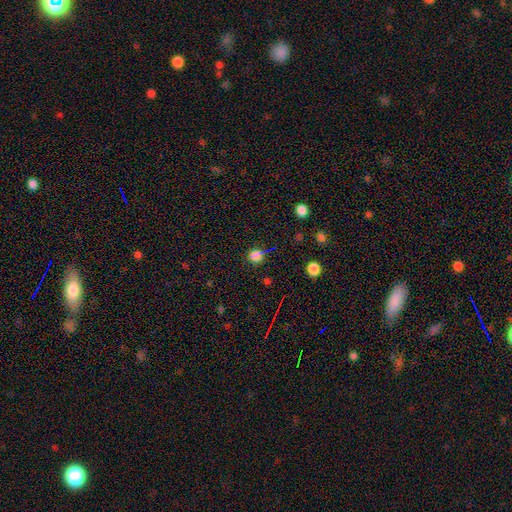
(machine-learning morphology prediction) Smooth or featured? smooth (72%)
How rounded? round (89%)
Merging? none (77%)